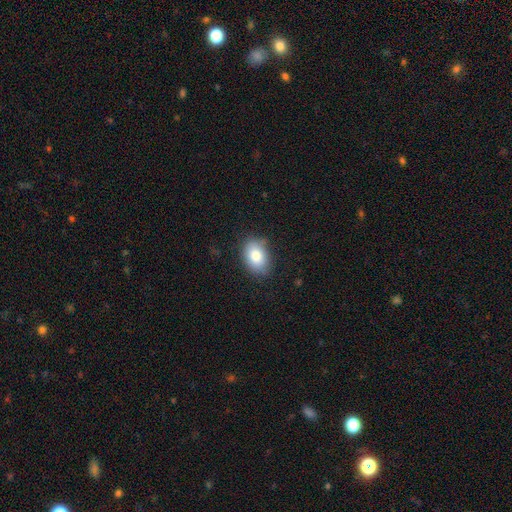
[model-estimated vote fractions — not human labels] Smooth or featured?
  - smooth: 82% *
  - featured or disk: 10%
  - star or artifact: 8%
How rounded?
  - in between: 84% *
  - round: 15%
  - cigar-shaped: 1%
Merging?
  - none: 79% *
  - minor disturbance: 17%
  - major disturbance: 3%
  - merger: 1%